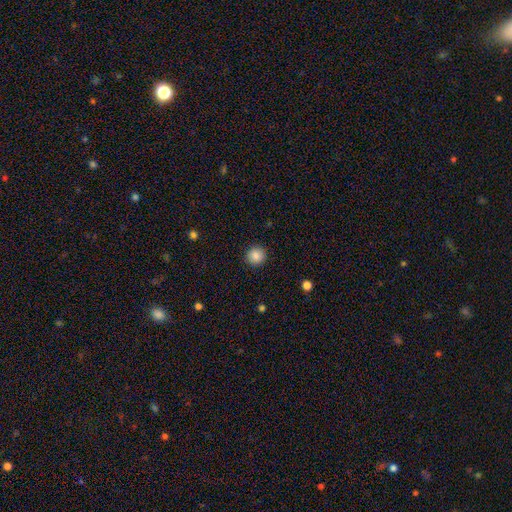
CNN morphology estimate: type=smooth (87%); roundness=round (92%); merging=none (91%).